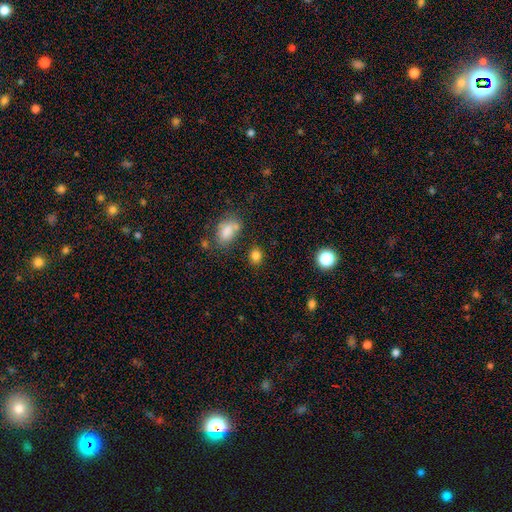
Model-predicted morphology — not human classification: Overall: smooth (82%). How rounded: round (50%; in between 48%). Merging: none (76%).